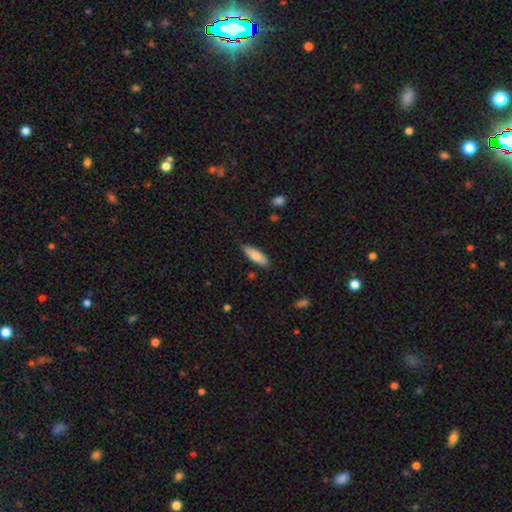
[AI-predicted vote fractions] Smooth or featured?
  - smooth: 76% *
  - featured or disk: 18%
  - star or artifact: 6%
How rounded?
  - in between: 57% *
  - cigar-shaped: 41%
  - round: 2%
Merging?
  - none: 79% *
  - minor disturbance: 17%
  - major disturbance: 2%
  - merger: 2%